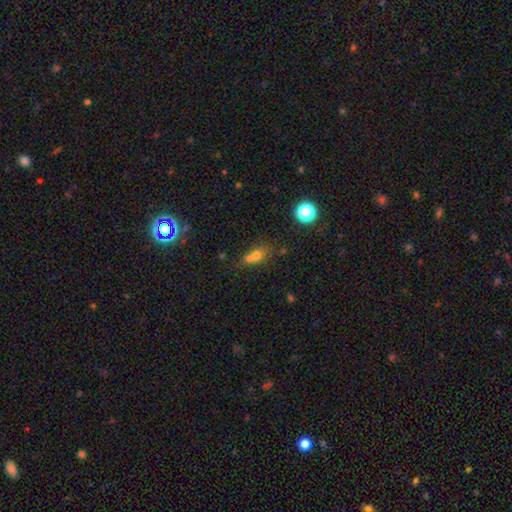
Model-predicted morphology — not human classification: Smooth or featured? smooth (65%)
How rounded? round (59%)
Merging? merger (51%)